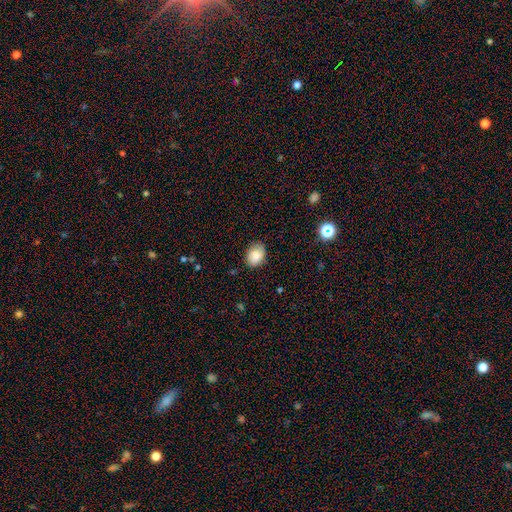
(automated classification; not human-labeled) smooth 84%, featured or disk 8%, star or artifact 8%. Down the decision tree: how rounded — in between (74%); merging — none (79%).